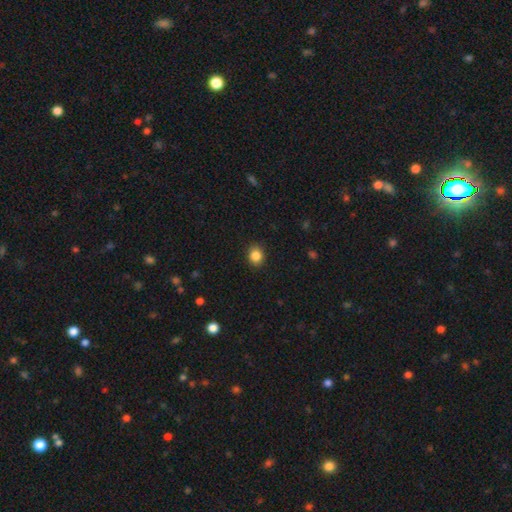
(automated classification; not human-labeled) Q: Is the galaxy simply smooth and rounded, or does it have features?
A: smooth — 85%.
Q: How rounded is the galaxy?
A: round — 71%.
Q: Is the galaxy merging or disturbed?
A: none — 90%.